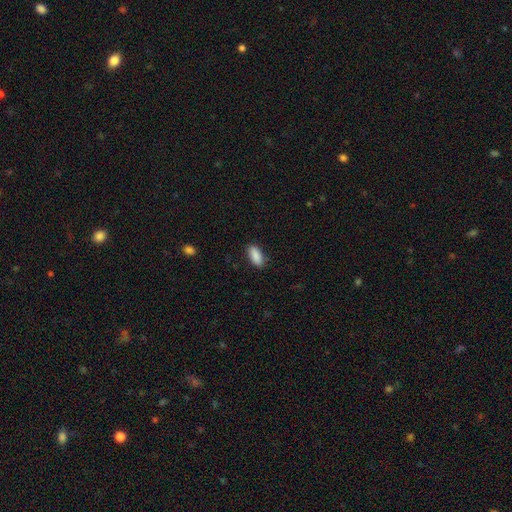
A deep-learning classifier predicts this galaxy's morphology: This is clearly a smooth galaxy (89%). How rounded: clearly in between (86%). Merging: clearly none (85%).